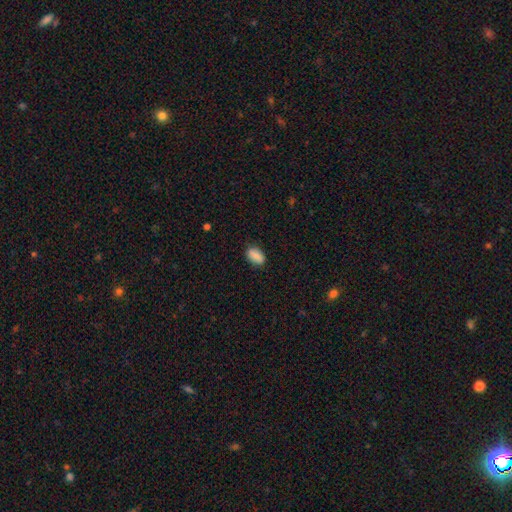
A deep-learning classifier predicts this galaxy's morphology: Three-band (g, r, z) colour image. It shows a smooth galaxy with no disk features (88%) that is in between round and cigar-shaped (91%). Merging: none (84%).